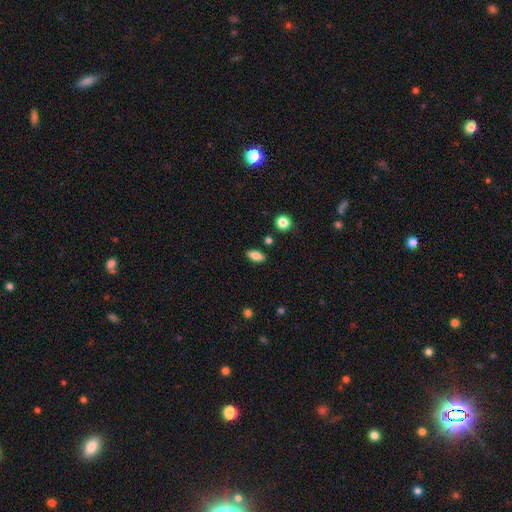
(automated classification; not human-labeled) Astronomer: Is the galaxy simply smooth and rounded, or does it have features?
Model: smooth — 79%.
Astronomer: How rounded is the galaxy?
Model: in between — 82%.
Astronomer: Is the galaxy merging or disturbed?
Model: none — 87%.